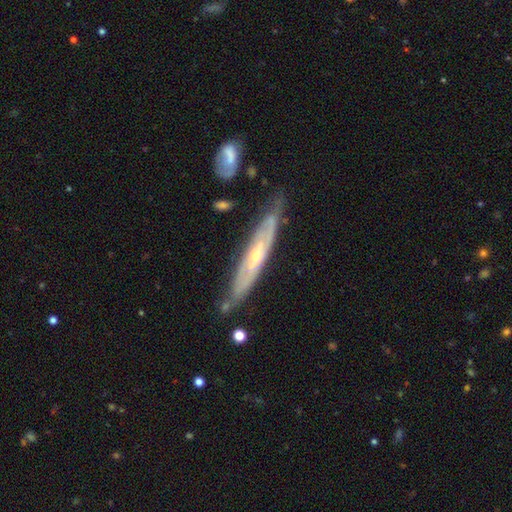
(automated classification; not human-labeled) A featured or disk galaxy (77%) viewed edge-on (55%).

Vote fractions:
- Smooth or featured? featured or disk: 77% / smooth: 17% / star or artifact: 6%
- Edge-on disk? yes: 55% / no: 45%
- Merging? none: 71% / minor disturbance: 21% / major disturbance: 5% / merger: 4%